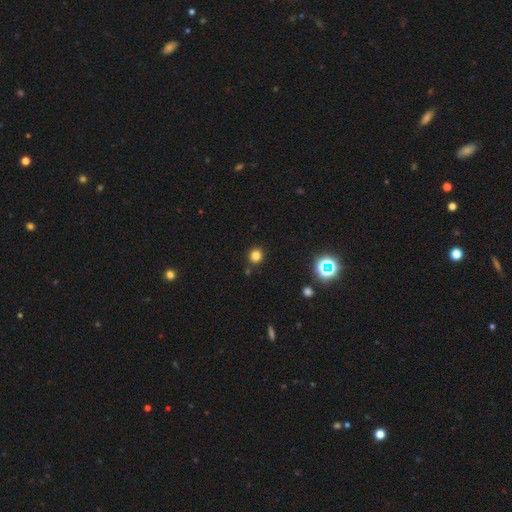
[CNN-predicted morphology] A smooth galaxy with no disk features (79%) that is round (90%).

Vote fractions:
- Smooth or featured? smooth: 79% / star or artifact: 16% / featured or disk: 5%
- How rounded? round: 90% / in between: 9% / cigar-shaped: 1%
- Merging? none: 87% / minor disturbance: 7% / merger: 4% / major disturbance: 2%